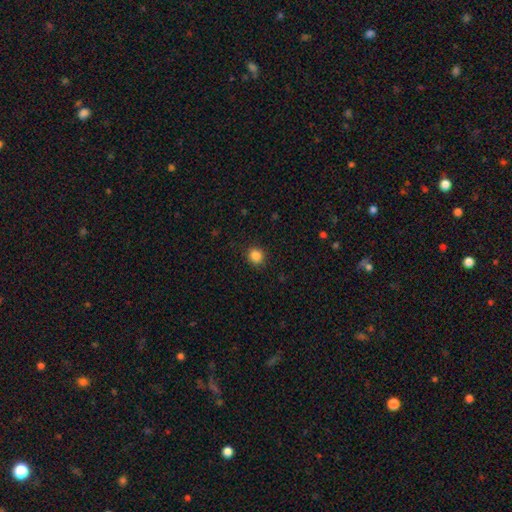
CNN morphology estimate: Q: Smooth or featured?
A: smooth (86%); runner-up: star or artifact (11%)
Q: How rounded?
A: round (82%); runner-up: in between (17%)
Q: Merging?
A: none (89%); runner-up: minor disturbance (8%)